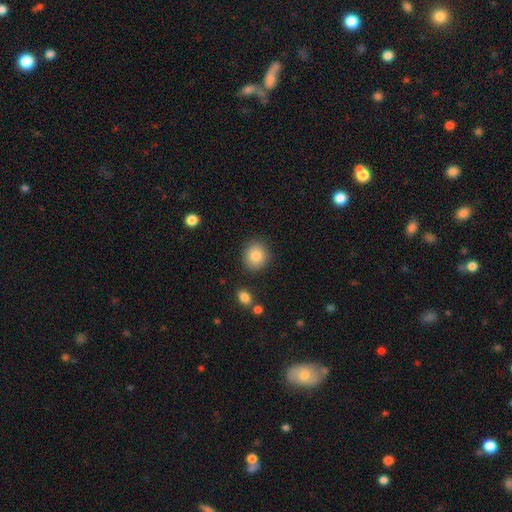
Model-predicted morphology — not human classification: type=smooth (85%); roundness=round (84%); merging=none (86%).